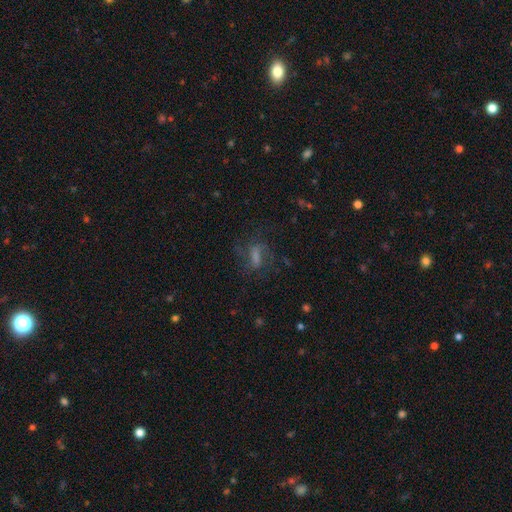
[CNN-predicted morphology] This appears to be a featured or disk galaxy (48%). Merging: none (67%).